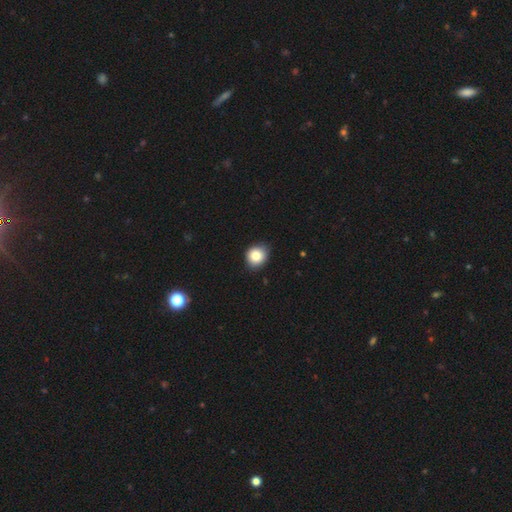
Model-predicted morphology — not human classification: Smooth or featured: smooth — 83% (star or artifact — 10%)
How rounded: round — 75% (in between — 24%)
Merging: none — 80% (minor disturbance — 16%)